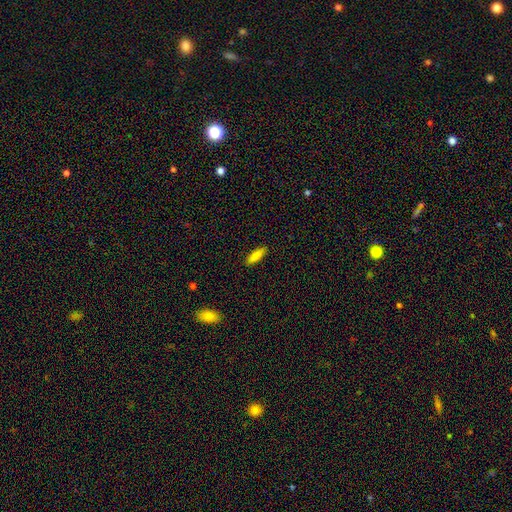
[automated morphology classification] This is clearly a smooth galaxy (84%). How rounded: possibly in between (51%). Merging: clearly none (89%).